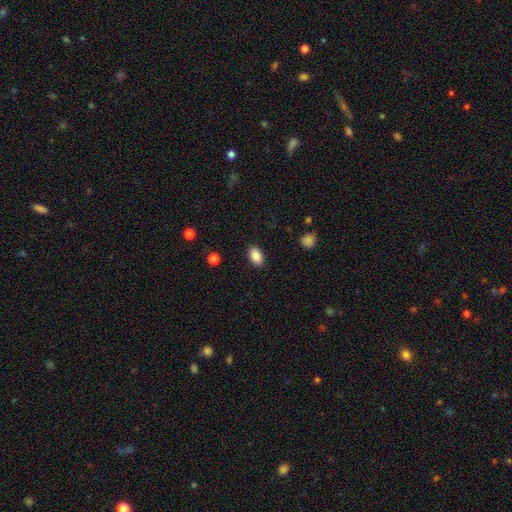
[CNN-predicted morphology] smooth-or-featured: smooth: 87% | star or artifact: 8% | featured or disk: 5%
  how-rounded: in between: 92% | round: 6% | cigar-shaped: 2%
  merging: none: 88% | minor disturbance: 9% | major disturbance: 2% | merger: 1%